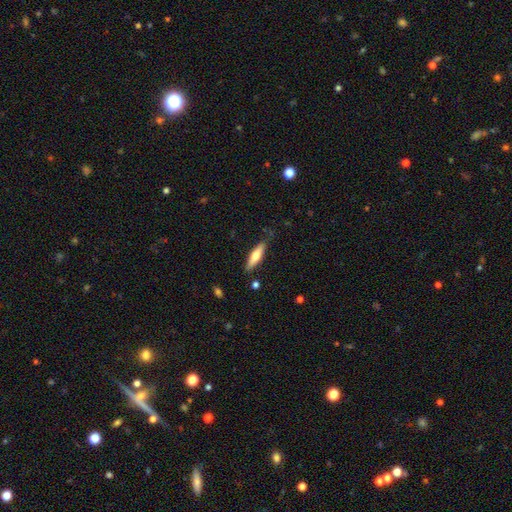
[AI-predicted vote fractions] Morphology: type=smooth (52%); roundness=cigar-shaped (70%); merging=none (82%).